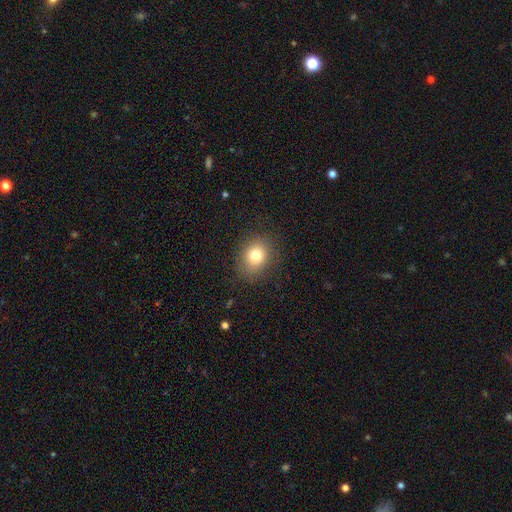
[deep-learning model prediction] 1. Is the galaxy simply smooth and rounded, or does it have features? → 78% smooth, 12% star or artifact, 10% featured or disk.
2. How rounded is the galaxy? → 62% round, 37% in between, 1% cigar-shaped.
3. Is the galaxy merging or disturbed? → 84% none, 11% minor disturbance, 4% major disturbance, 1% merger.